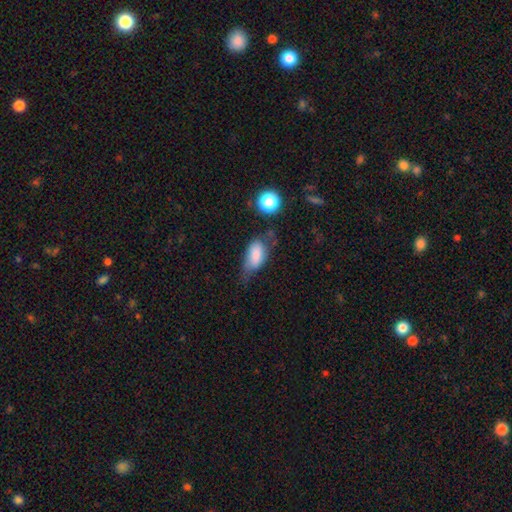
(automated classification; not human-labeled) Smooth or featured? Predicted: smooth (p=0.74). How rounded? Predicted: in between (p=0.88). Merging? Predicted: none (p=0.36).